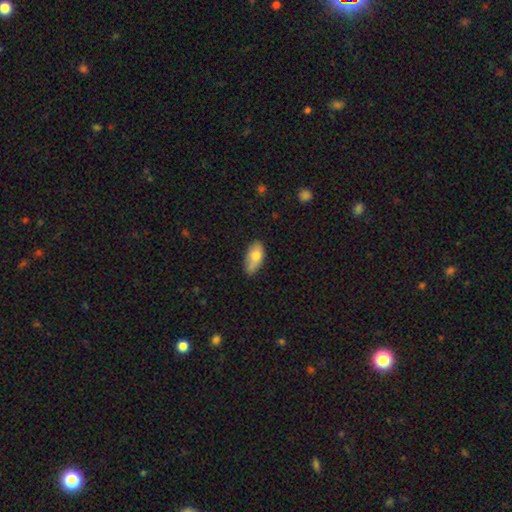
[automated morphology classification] Smooth or featured? smooth (73%)
How rounded? in between (91%)
Merging? none (48%)